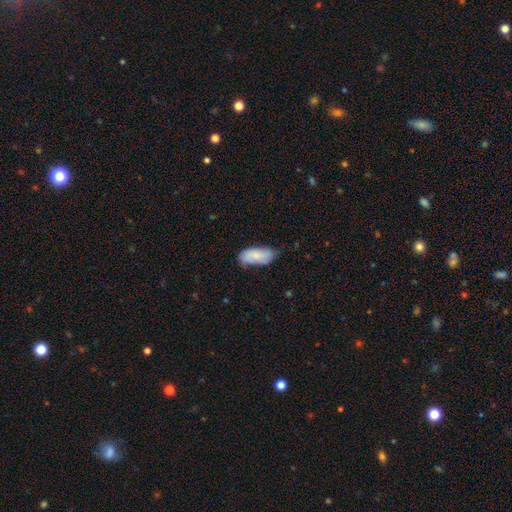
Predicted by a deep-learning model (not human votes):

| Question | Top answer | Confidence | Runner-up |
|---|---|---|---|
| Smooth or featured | smooth | 78% | featured or disk (16%) |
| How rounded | in between | 89% | cigar-shaped (9%) |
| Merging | none | 62% | minor disturbance (30%) |